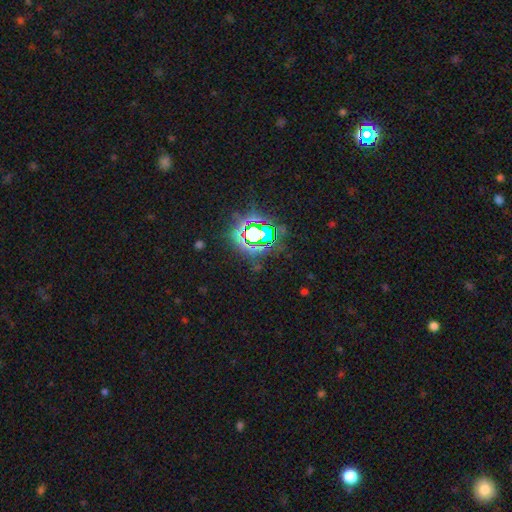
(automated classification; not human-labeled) This appears to be a star or artifact, not a galaxy (80%).